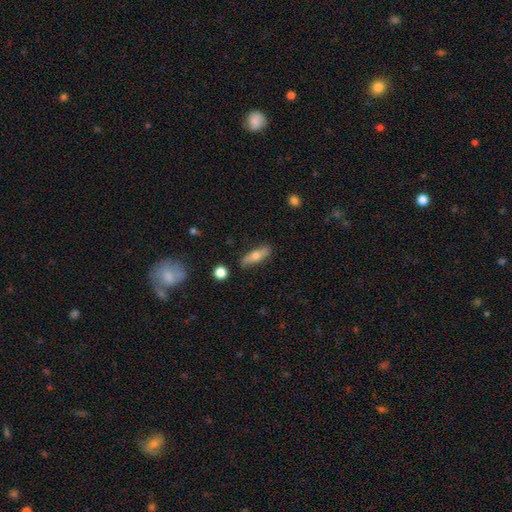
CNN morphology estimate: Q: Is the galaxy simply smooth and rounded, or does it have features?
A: smooth — 54%.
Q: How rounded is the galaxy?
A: cigar-shaped — 58%.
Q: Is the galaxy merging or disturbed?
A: none — 85%.